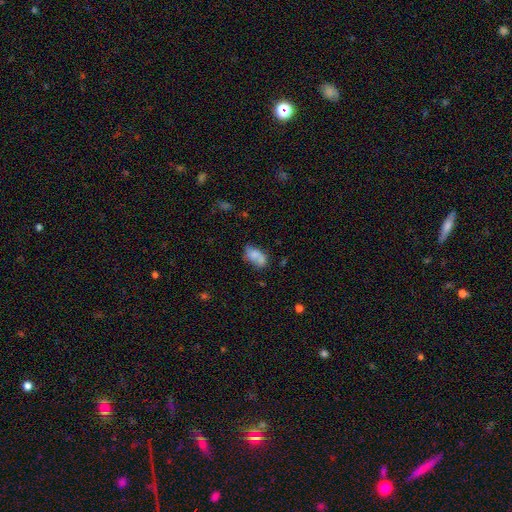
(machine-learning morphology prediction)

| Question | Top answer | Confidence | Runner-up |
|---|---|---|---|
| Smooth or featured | smooth | 64% | featured or disk (26%) |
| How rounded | in between | 87% | round (11%) |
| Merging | none | 39% | minor disturbance (25%) |